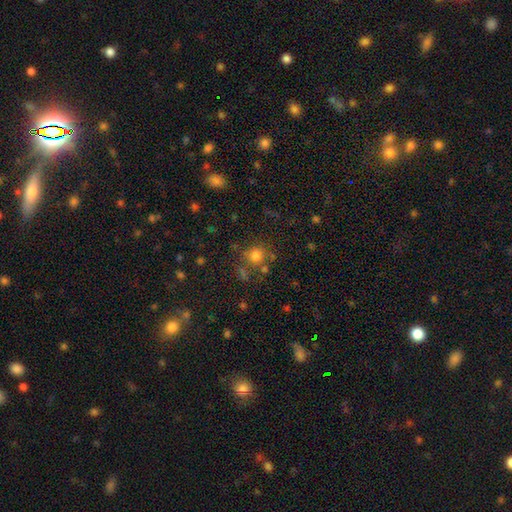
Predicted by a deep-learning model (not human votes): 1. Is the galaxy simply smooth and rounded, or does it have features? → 76% smooth, 16% star or artifact, 8% featured or disk.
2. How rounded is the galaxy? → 88% round, 11% in between, 1% cigar-shaped.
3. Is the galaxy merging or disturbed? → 70% none, 12% minor disturbance, 12% merger, 6% major disturbance.